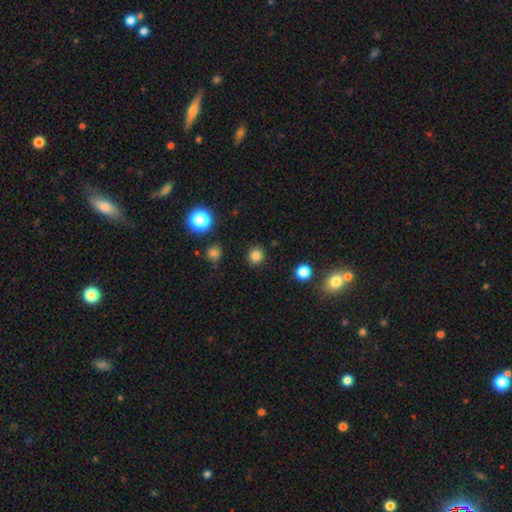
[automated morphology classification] A smooth galaxy with no disk features (82%) that is round (91%).

Vote fractions:
- Smooth or featured? smooth: 82% / star or artifact: 14% / featured or disk: 4%
- How rounded? round: 91% / in between: 8% / cigar-shaped: 1%
- Merging? none: 90% / minor disturbance: 6% / major disturbance: 2% / merger: 2%